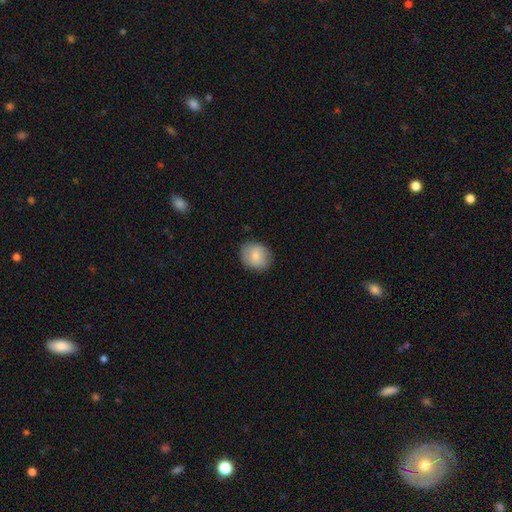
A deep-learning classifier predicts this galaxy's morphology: This appears to be a smooth galaxy with no disk features (75%) that is round (69%). Merging: none (84%).